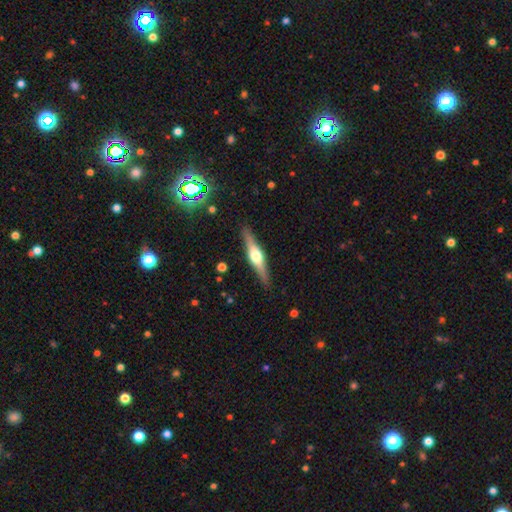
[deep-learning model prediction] Q: Smooth or featured?
A: featured or disk (69%); runner-up: smooth (26%)
Q: Edge-on disk?
A: yes (97%); runner-up: no (3%)
Q: Edge-on bulge?
A: rounded (93%); runner-up: boxy (5%)
Q: Merging?
A: none (89%); runner-up: minor disturbance (8%)